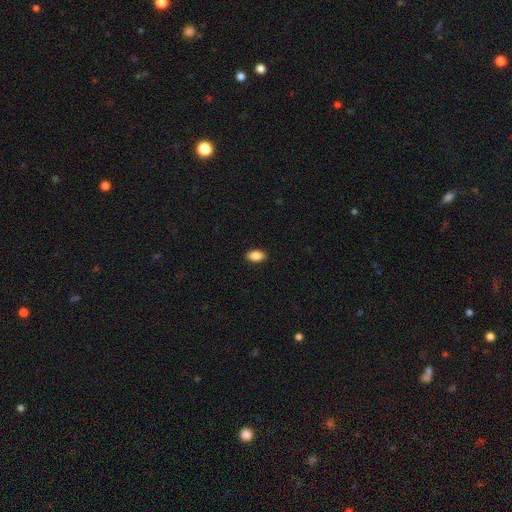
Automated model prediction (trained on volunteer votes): A smooth galaxy with no disk features (87%) that is in between round and cigar-shaped (92%). Merging: none (90%).